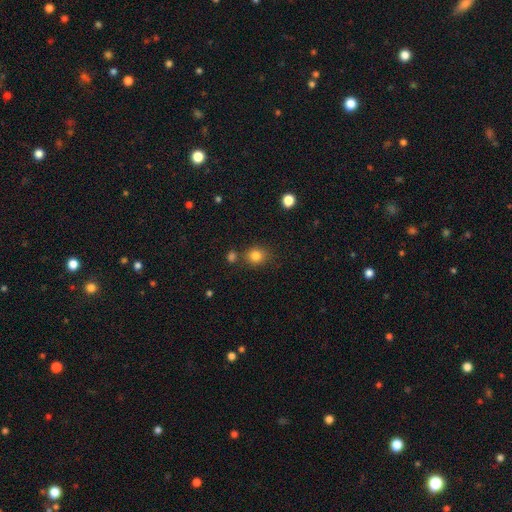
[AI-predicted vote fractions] Smooth or featured? smooth (82%)
How rounded? round (81%)
Merging? none (77%)